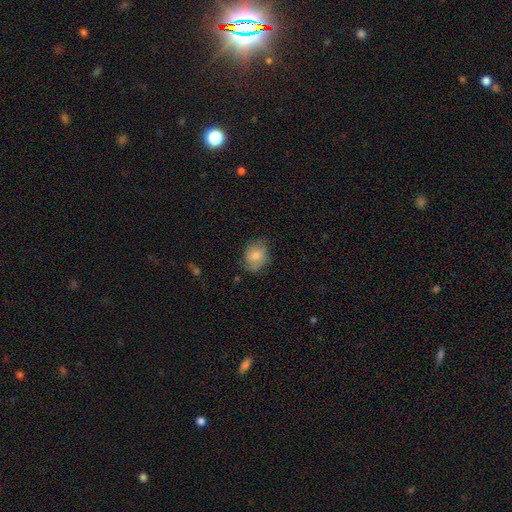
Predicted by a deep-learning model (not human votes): smooth_or_featured: smooth (p=0.69) [alt: featured or disk p=0.24]
how_rounded: in between (p=0.53) [alt: round p=0.46]
merging: none (p=0.66) [alt: minor disturbance p=0.25]